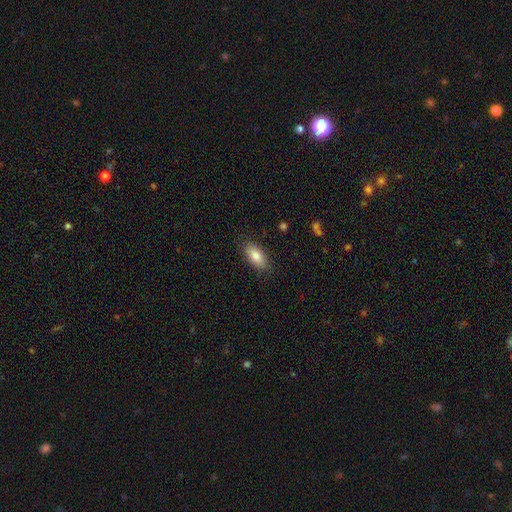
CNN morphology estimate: The model was most divided on "smooth or featured": smooth: 83%, featured or disk: 10%, star or artifact: 7%. More confident: how rounded — in between (89%); merging — none (85%).